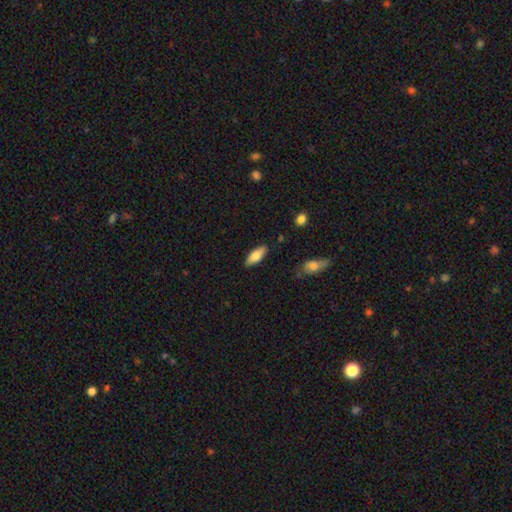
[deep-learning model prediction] Smooth or featured: smooth — 72% (featured or disk — 22%)
How rounded: in between — 73% (cigar-shaped — 25%)
Merging: none — 86% (minor disturbance — 11%)